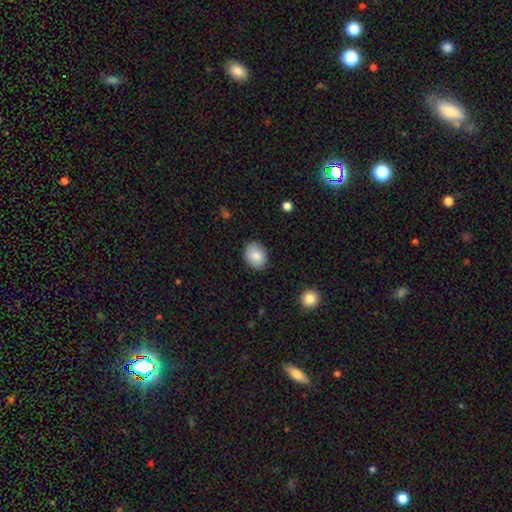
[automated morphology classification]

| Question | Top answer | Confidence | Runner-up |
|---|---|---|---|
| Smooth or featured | smooth | 85% | featured or disk (8%) |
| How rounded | in between | 60% | round (39%) |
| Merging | none | 87% | minor disturbance (10%) |